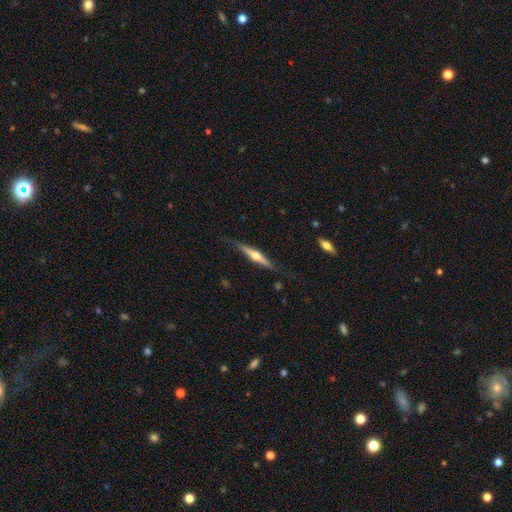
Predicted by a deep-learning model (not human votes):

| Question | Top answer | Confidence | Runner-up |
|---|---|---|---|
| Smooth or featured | featured or disk | 69% | smooth (26%) |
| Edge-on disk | yes | 97% | no (3%) |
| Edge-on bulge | rounded | 93% | none (4%) |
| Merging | none | 79% | minor disturbance (16%) |